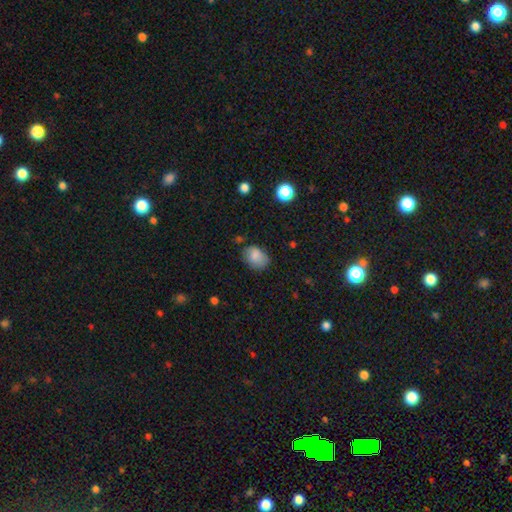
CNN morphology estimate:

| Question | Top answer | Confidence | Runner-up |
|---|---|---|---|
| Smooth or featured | smooth | 83% | star or artifact (9%) |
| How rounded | in between | 69% | round (30%) |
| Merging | none | 65% | minor disturbance (26%) |